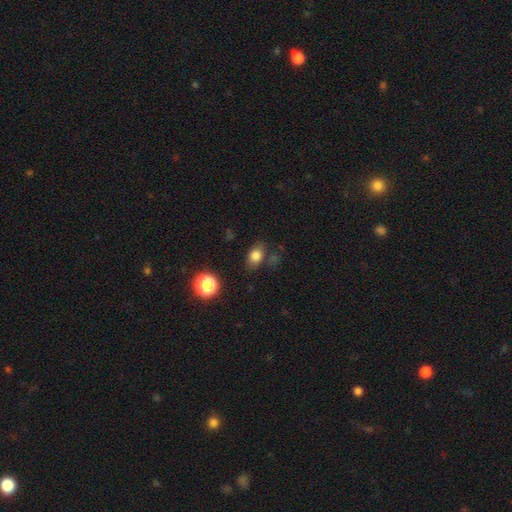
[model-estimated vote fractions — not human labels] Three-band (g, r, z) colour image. It shows a smooth galaxy with no disk features (80%) that is in between round and cigar-shaped (73%). Merging: none (76%).